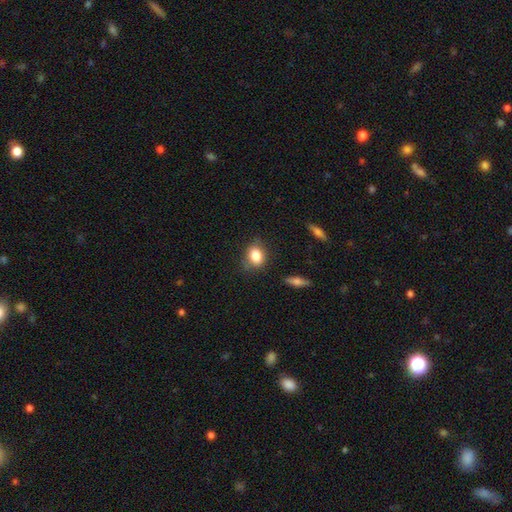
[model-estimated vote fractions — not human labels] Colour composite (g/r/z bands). It shows a smooth galaxy with no disk features (83%) that is in between round and cigar-shaped (63%). Merging: none (73%).